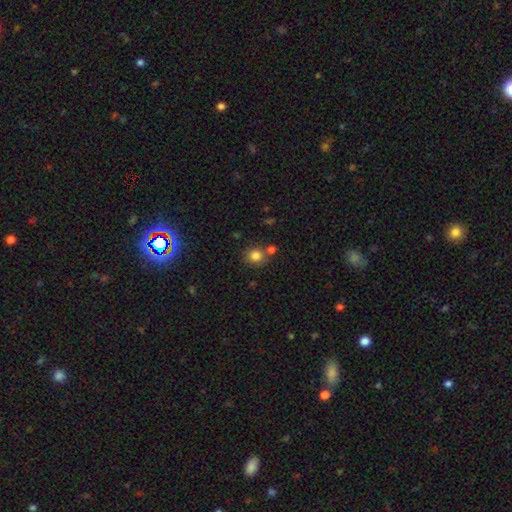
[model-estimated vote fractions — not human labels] smooth-or-featured: smooth: 82% | star or artifact: 12% | featured or disk: 6%
  how-rounded: round: 84% | in between: 15% | cigar-shaped: 1%
  merging: none: 70% | merger: 17% | minor disturbance: 10% | major disturbance: 3%